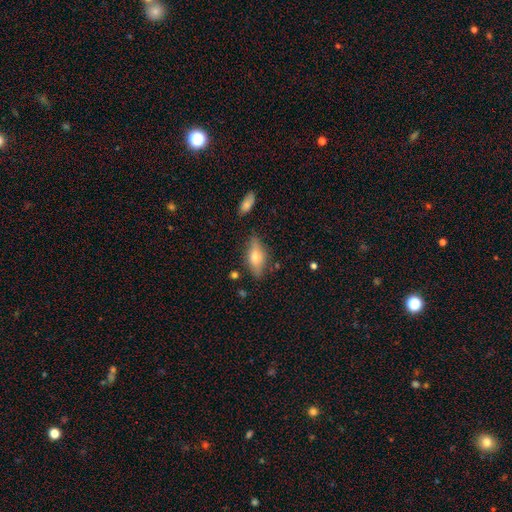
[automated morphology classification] smooth 56%, featured or disk 37%, star or artifact 7%. Down the decision tree: how rounded — in between (71%); merging — none (79%).